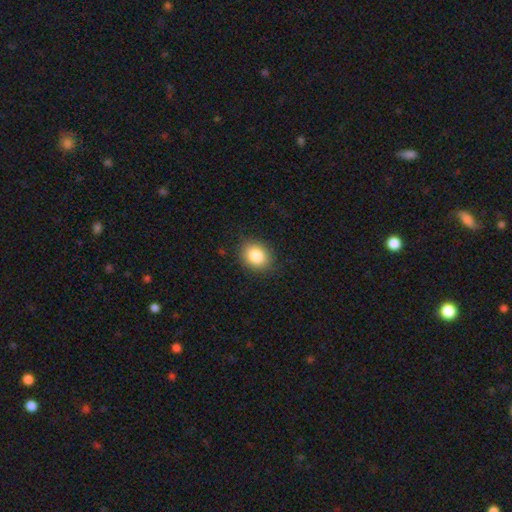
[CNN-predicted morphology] Smooth or featured: smooth — 86% (star or artifact — 9%)
How rounded: round — 55% (in between — 44%)
Merging: none — 86% (minor disturbance — 11%)